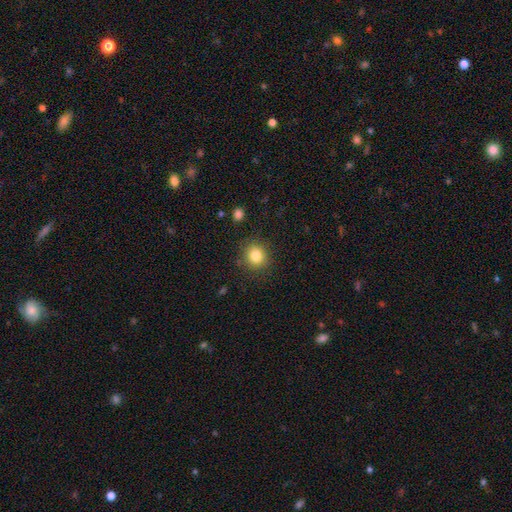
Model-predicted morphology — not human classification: type=smooth (83%); roundness=round (82%); merging=none (87%).